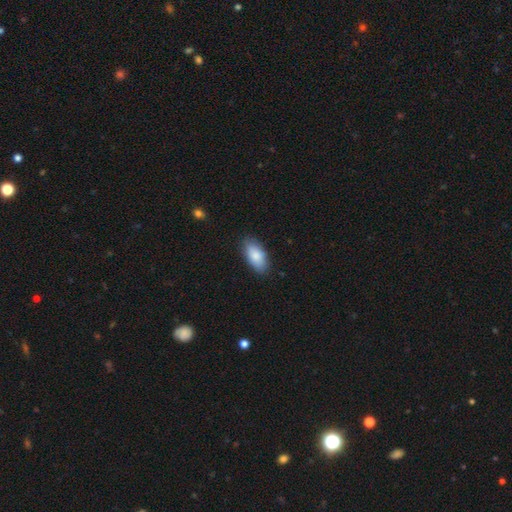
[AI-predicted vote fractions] smooth_or_featured: smooth (p=0.86) [alt: featured or disk p=0.09]
how_rounded: in between (p=0.91) [alt: cigar-shaped p=0.07]
merging: none (p=0.85) [alt: minor disturbance p=0.12]